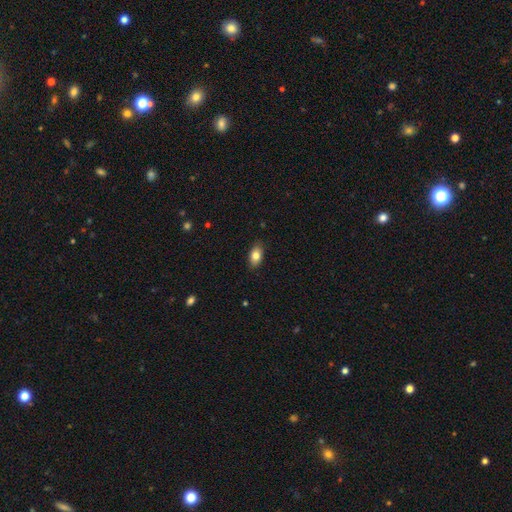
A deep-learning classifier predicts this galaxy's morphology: A smooth galaxy with no disk features (82%) that is in between round and cigar-shaped (90%).

Vote fractions:
- Smooth or featured? smooth: 82% / featured or disk: 11% / star or artifact: 8%
- How rounded? in between: 90% / round: 7% / cigar-shaped: 3%
- Merging? none: 86% / minor disturbance: 11% / major disturbance: 2% / merger: 1%